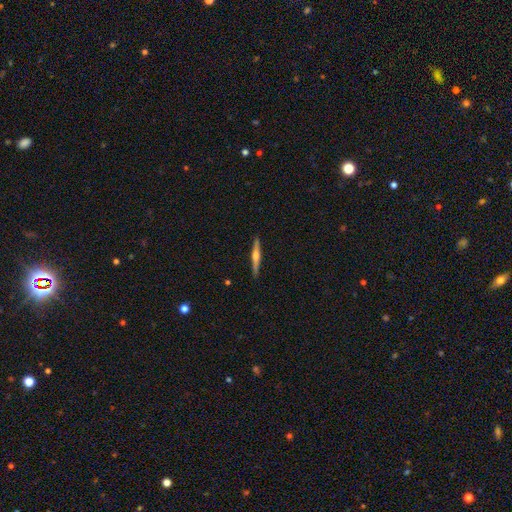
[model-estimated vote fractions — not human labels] A featured or disk galaxy (64%) viewed edge-on (98%) with a rounded central bulge (86%). Merging: none (90%).